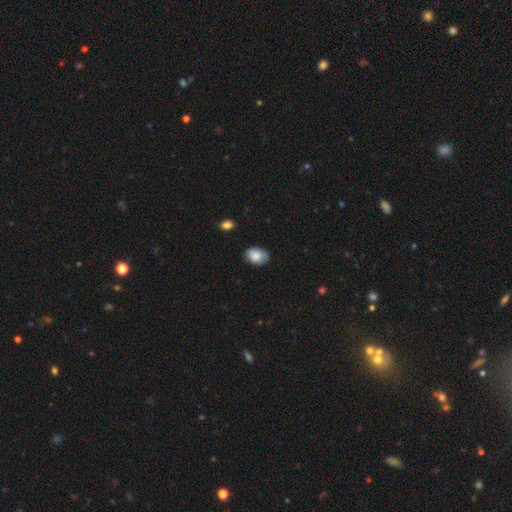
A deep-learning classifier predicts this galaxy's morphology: Smooth or featured: smooth — 83% (featured or disk — 10%)
How rounded: in between — 74% (round — 25%)
Merging: none — 67% (minor disturbance — 27%)